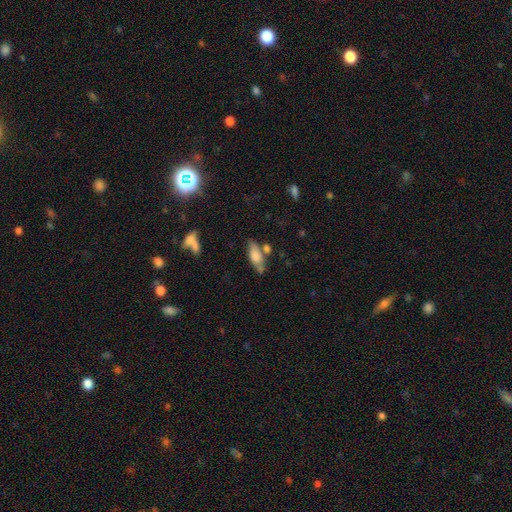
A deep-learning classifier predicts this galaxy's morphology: smooth-or-featured: smooth: 71% | featured or disk: 22% | star or artifact: 8%
  how-rounded: in between: 70% | cigar-shaped: 26% | round: 3%
  merging: none: 58% | minor disturbance: 20% | merger: 16% | major disturbance: 6%